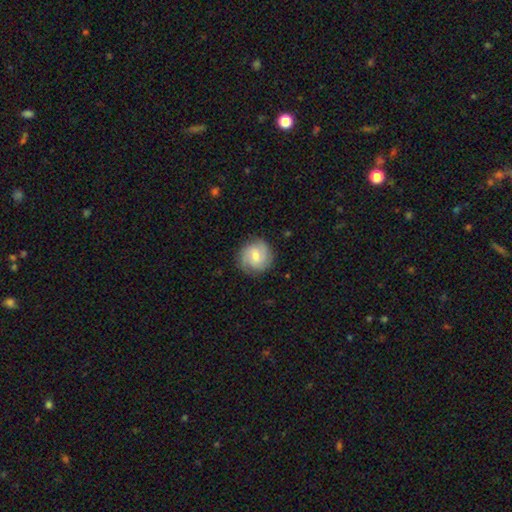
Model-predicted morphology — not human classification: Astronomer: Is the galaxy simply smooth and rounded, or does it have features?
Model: featured or disk — 53% (runner-up: smooth, 41%).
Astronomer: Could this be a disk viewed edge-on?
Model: no — 97%.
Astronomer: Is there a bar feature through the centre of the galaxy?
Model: weak — 51% (runner-up: no, 38%).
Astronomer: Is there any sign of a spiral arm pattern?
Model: yes — 89%.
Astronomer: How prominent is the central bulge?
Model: moderate — 52% (runner-up: small, 41%).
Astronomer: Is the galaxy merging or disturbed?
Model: none — 83%.